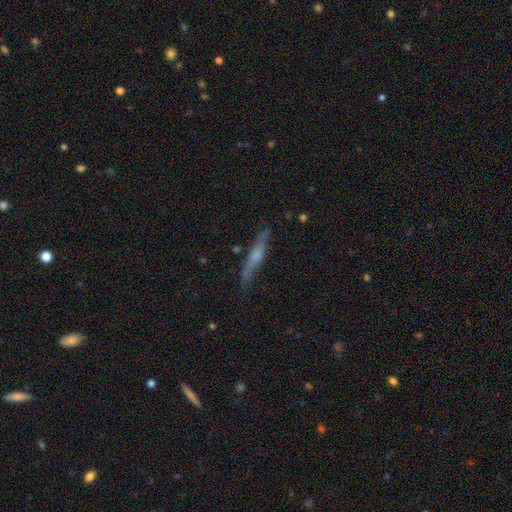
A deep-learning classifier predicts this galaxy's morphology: Smooth or featured: featured or disk — 57% (smooth — 36%)
Edge-on disk: yes — 89% (no — 11%)
Edge-on bulge: rounded — 64% (none — 23%)
Merging: none — 77% (minor disturbance — 17%)